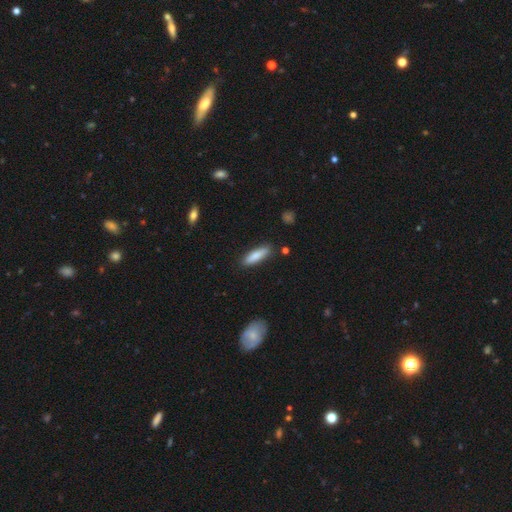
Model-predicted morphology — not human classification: Smooth or featured?
  - smooth: 81% *
  - featured or disk: 13%
  - star or artifact: 6%
How rounded?
  - cigar-shaped: 70% *
  - in between: 29%
  - round: 2%
Merging?
  - none: 87% *
  - minor disturbance: 9%
  - major disturbance: 2%
  - merger: 2%